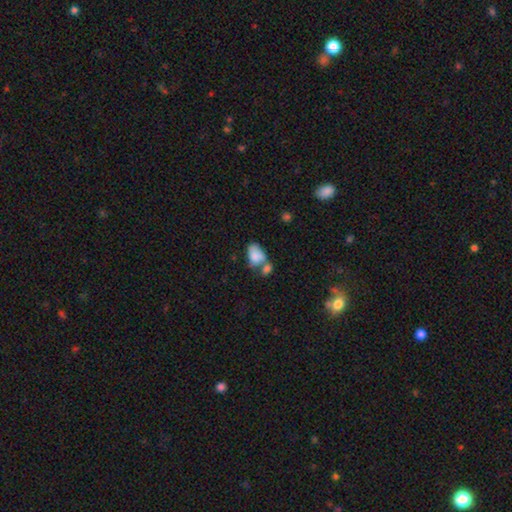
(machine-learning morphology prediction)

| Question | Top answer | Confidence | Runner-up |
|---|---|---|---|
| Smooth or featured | smooth | 78% | featured or disk (14%) |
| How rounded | in between | 87% | round (11%) |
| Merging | merger | 51% | none (24%) |